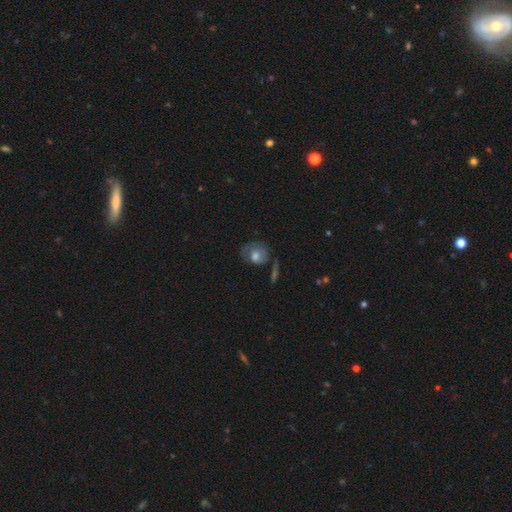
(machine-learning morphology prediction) Smooth or featured? Predicted: smooth (p=0.55). How rounded? Predicted: round (p=0.63). Merging? Predicted: none (p=0.48).